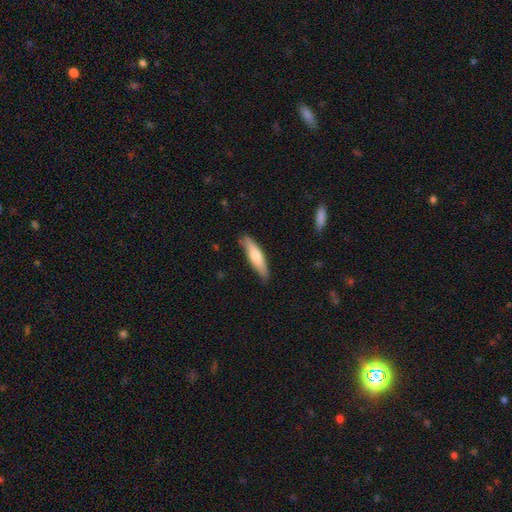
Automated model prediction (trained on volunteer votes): A smooth galaxy with no disk features (66%) that is cigar-shaped (78%). Merging: none (83%).